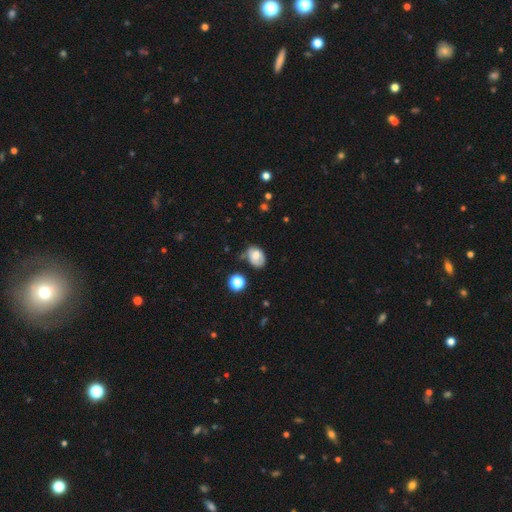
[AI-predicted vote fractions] Smooth or featured? smooth (66%)
How rounded? in between (75%)
Merging? none (49%)